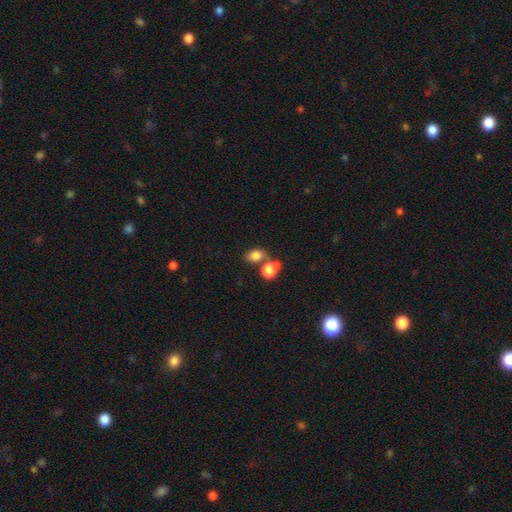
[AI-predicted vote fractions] Morphology: type=smooth (79%); roundness=in between (61%); merging=none (48%).